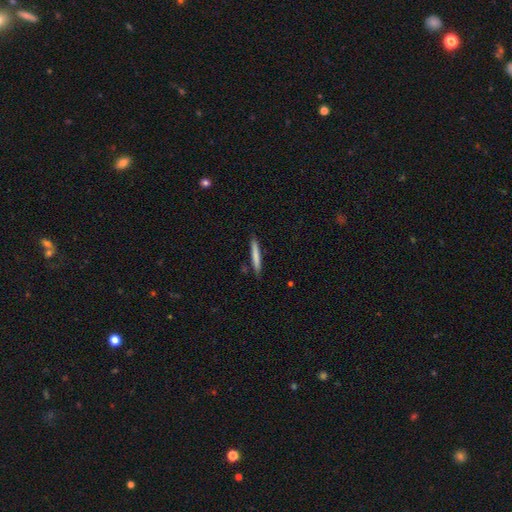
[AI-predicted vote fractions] smooth-or-featured: smooth: 75% | featured or disk: 20% | star or artifact: 6%
  how-rounded: cigar-shaped: 95% | in between: 3% | round: 1%
  merging: none: 87% | minor disturbance: 9% | merger: 2% | major disturbance: 2%